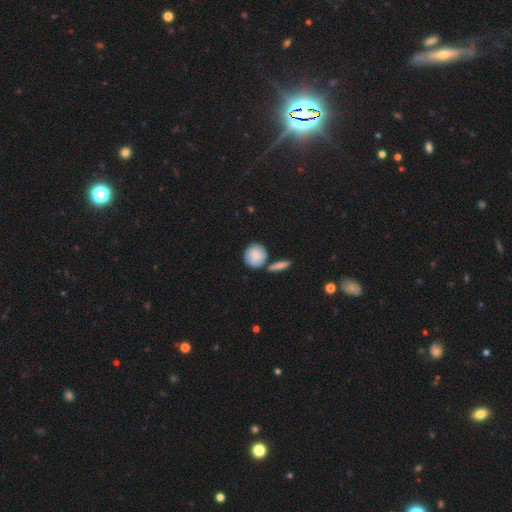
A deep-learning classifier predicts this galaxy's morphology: Smooth or featured: smooth — 81% (featured or disk — 13%)
How rounded: round — 82% (in between — 16%)
Merging: none — 64% (merger — 18%)